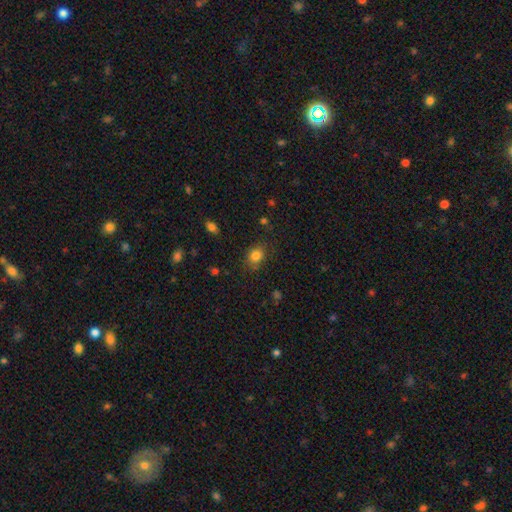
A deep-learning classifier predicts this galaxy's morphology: A smooth galaxy with no disk features (82%) that is round (56%).

Vote fractions:
- Smooth or featured? smooth: 82% / star or artifact: 12% / featured or disk: 6%
- How rounded? round: 56% / in between: 43% / cigar-shaped: 1%
- Merging? none: 78% / minor disturbance: 16% / major disturbance: 5% / merger: 2%